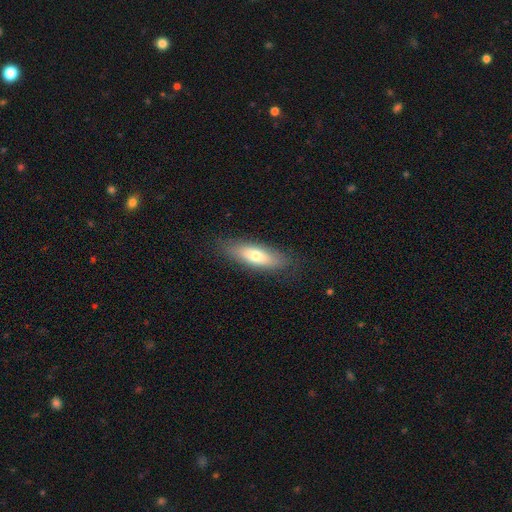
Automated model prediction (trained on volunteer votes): smooth 69%, featured or disk 25%, star or artifact 7%. Down the decision tree: how rounded — in between (56%); merging — none (84%).